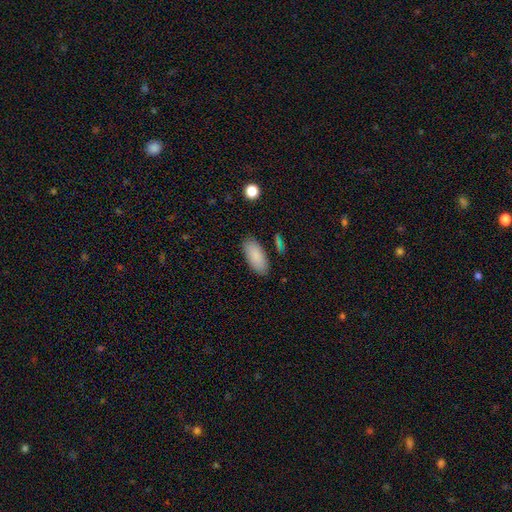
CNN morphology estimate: Smooth or featured? Predicted: smooth (p=0.87). How rounded? Predicted: in between (p=0.87). Merging? Predicted: none (p=0.85).